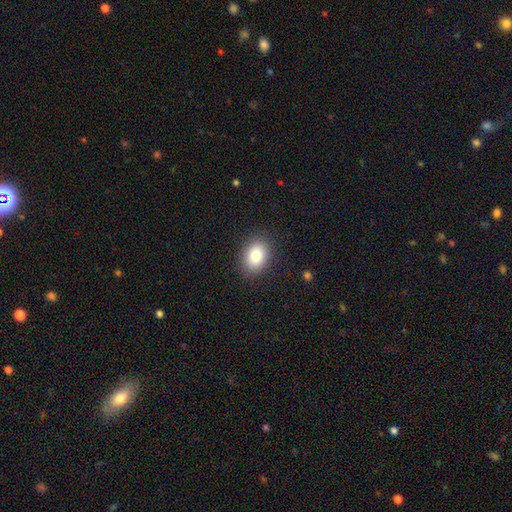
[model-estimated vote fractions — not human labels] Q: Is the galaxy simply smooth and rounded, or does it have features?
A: smooth — 83%.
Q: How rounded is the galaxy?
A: in between — 72%.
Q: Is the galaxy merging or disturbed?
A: none — 88%.